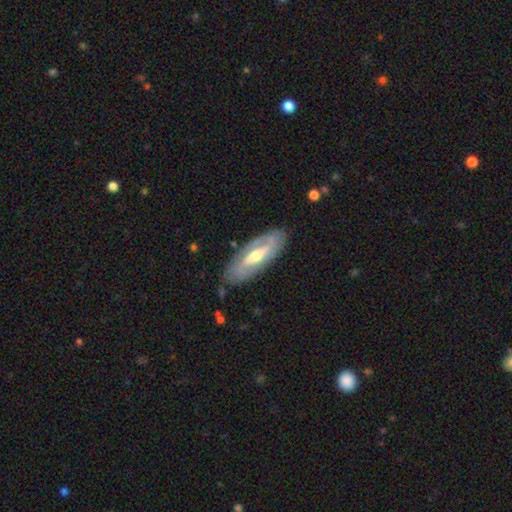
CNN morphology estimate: Smooth or featured? featured or disk (75%)
Edge-on disk? no (83%)
Bar? strong (41%)
Spiral arms? yes (73%)
Bulge size? moderate (63%)
Merging? none (84%)